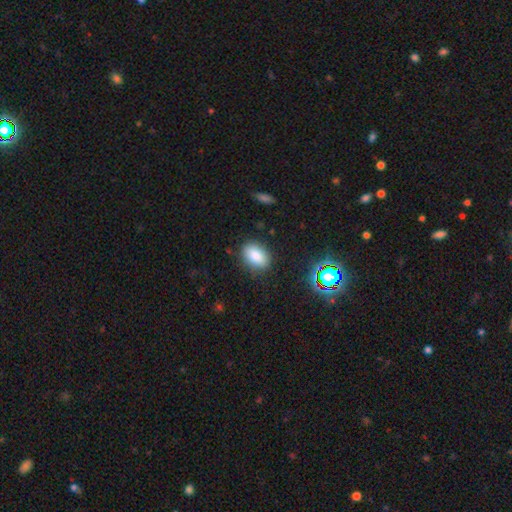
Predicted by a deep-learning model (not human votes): Q: Smooth or featured?
A: smooth (84%); runner-up: star or artifact (10%)
Q: How rounded?
A: in between (84%); runner-up: round (15%)
Q: Merging?
A: none (84%); runner-up: minor disturbance (12%)